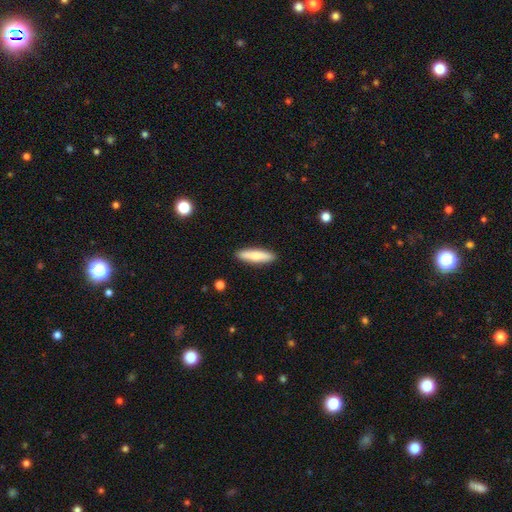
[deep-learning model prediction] Smooth or featured: smooth — 73% (featured or disk — 22%)
How rounded: cigar-shaped — 75% (in between — 24%)
Merging: none — 90% (minor disturbance — 7%)